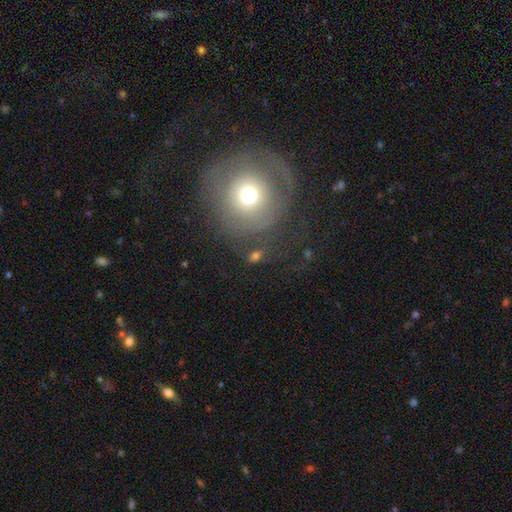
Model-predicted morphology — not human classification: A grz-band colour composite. It shows a smooth galaxy with no disk features (51%) that is round (76%). Merging: none (58%).